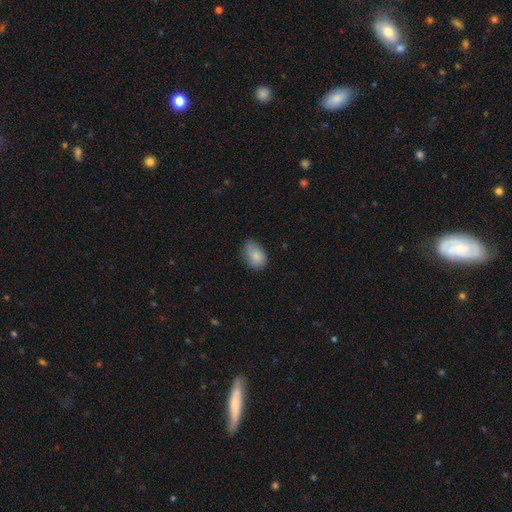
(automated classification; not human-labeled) Morphology: type=smooth (84%); roundness=in between (81%); merging=none (65%).